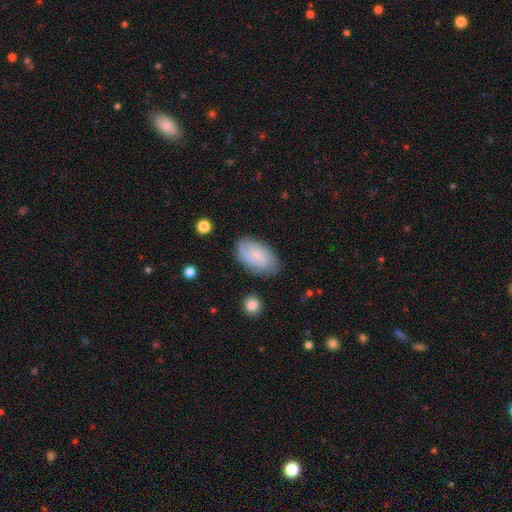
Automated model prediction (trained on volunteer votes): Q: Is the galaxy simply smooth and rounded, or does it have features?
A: featured or disk — 49%.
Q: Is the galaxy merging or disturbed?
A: none — 76%.